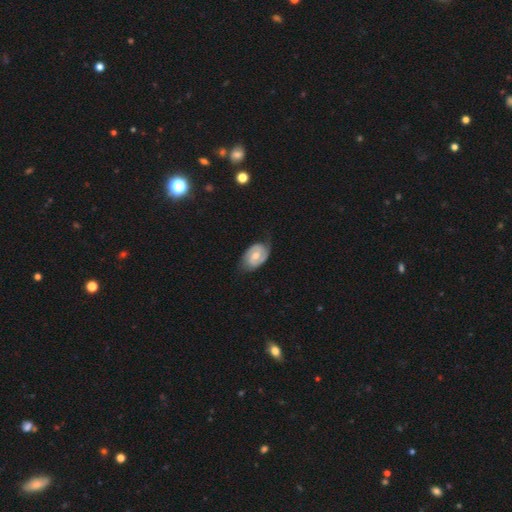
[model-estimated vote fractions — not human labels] The model was most divided on "bar": weak: 46%, no: 44%, strong: 10%. Remaining: edge-on disk — no (96%); spiral arms — yes (88%); spiral arm count — 2 (78%); smooth or featured — featured or disk (67%); merging — none (66%); bulge size — moderate (63%); spiral winding — tight (48%).